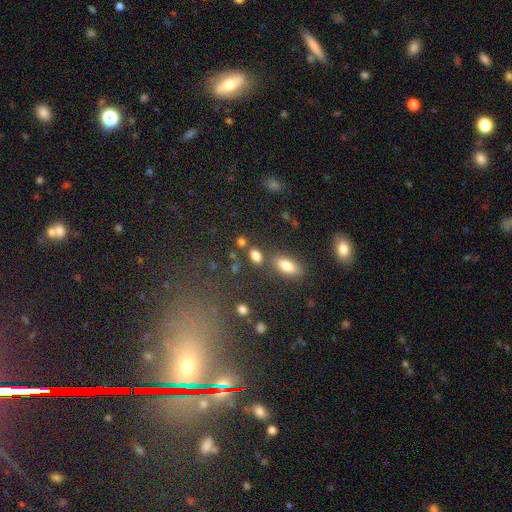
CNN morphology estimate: Smooth or featured?
  - smooth: 80% *
  - star or artifact: 12%
  - featured or disk: 8%
How rounded?
  - in between: 74% *
  - round: 21%
  - cigar-shaped: 5%
Merging?
  - none: 65% *
  - merger: 18%
  - minor disturbance: 12%
  - major disturbance: 5%